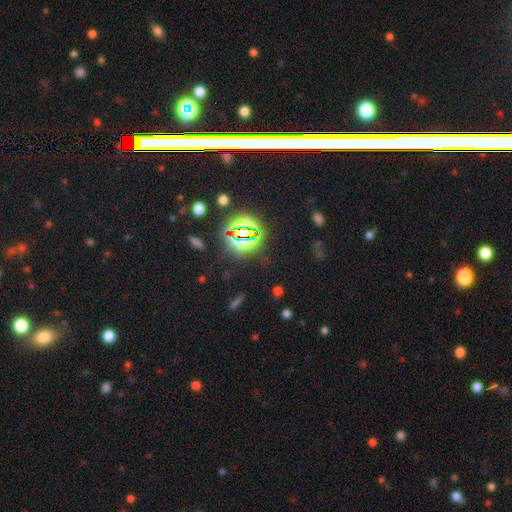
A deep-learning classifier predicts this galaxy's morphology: Smooth or featured? star or artifact (71%)